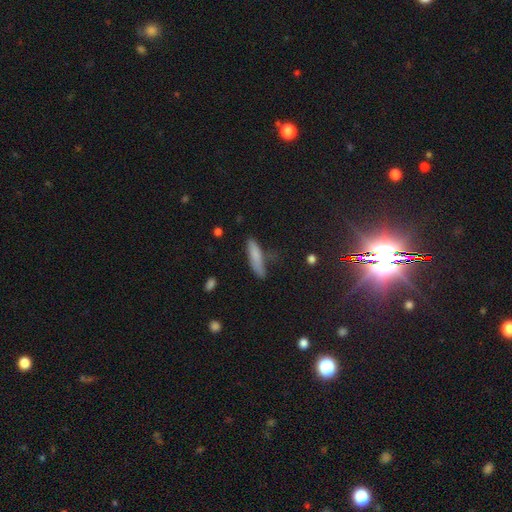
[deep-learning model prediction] Smooth or featured? smooth (78%)
How rounded? cigar-shaped (75%)
Merging? none (61%)